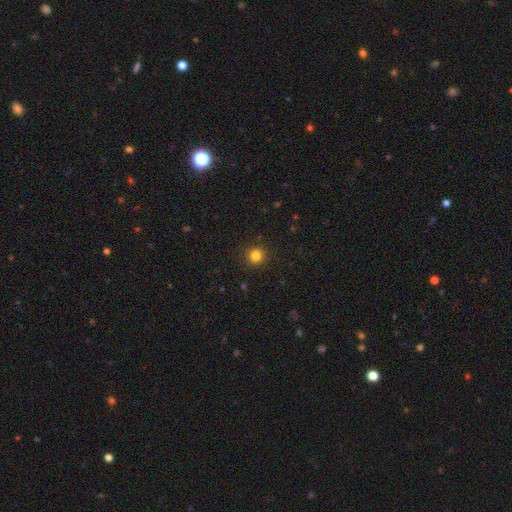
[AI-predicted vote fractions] This appears to be a smooth galaxy with no disk features (82%) that is round (94%). Merging: none (92%).